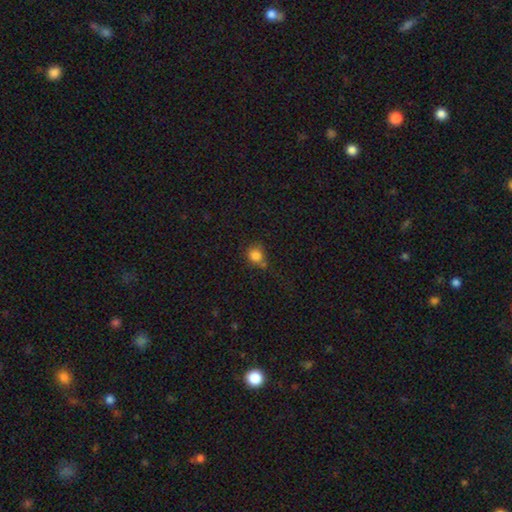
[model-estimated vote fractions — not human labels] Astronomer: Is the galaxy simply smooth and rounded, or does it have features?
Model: smooth — 82%.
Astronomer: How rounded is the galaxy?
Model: round — 76%.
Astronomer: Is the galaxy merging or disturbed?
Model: none — 59%.